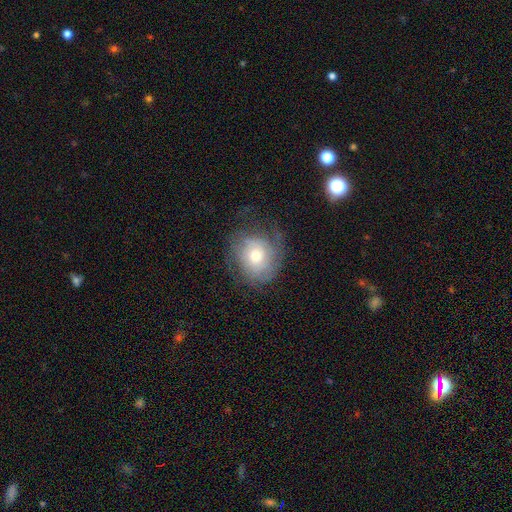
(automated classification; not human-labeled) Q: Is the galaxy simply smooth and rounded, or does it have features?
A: smooth — 46%.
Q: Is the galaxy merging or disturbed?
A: none — 58%.